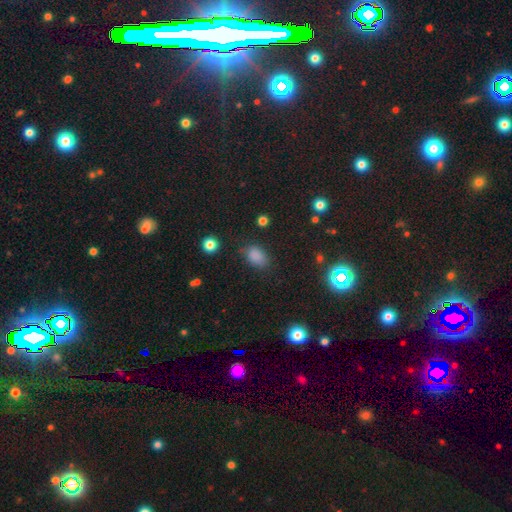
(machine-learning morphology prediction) smooth-or-featured: smooth: 80% | star or artifact: 15% | featured or disk: 5%
  how-rounded: in between: 82% | round: 16% | cigar-shaped: 2%
  merging: none: 69% | minor disturbance: 21% | major disturbance: 7% | merger: 2%